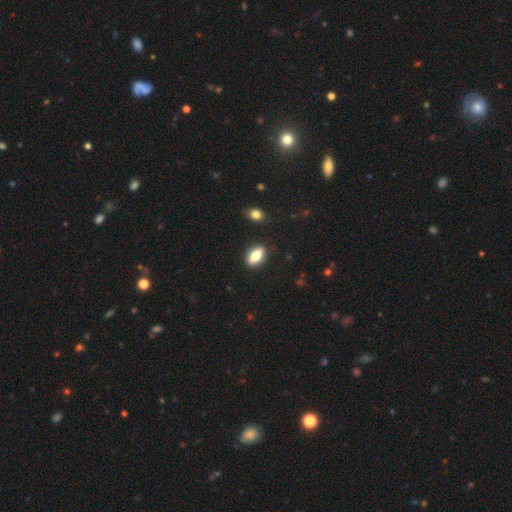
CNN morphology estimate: Smooth or featured: smooth — 74% (featured or disk — 18%)
How rounded: in between — 83% (round — 8%)
Merging: none — 88% (minor disturbance — 9%)